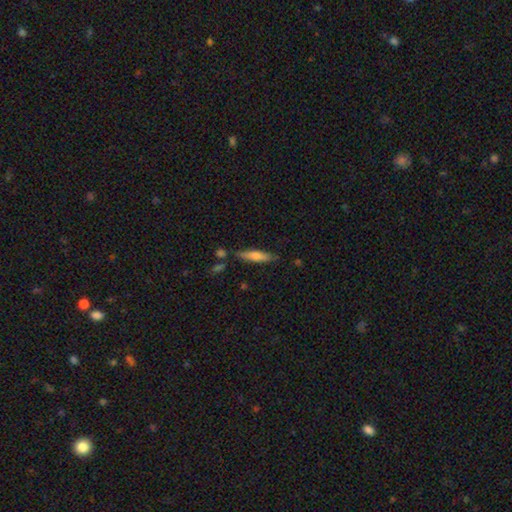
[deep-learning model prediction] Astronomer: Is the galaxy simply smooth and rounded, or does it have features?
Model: smooth — 62%.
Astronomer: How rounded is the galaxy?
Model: cigar-shaped — 80%.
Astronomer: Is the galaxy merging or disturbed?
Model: none — 79%.